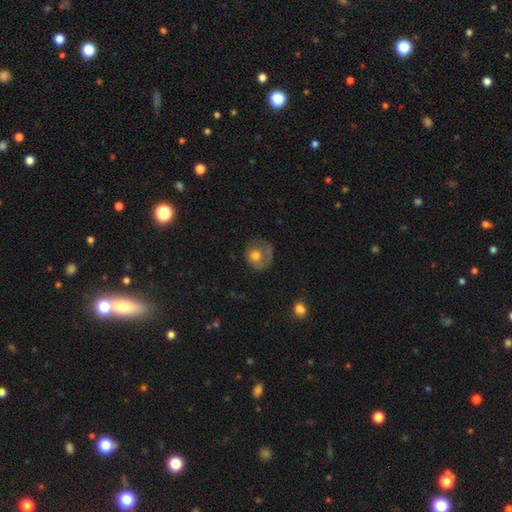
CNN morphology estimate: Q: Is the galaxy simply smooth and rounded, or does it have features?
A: smooth — 57%.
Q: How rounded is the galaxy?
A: round — 69%.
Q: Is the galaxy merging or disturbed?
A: none — 42%.